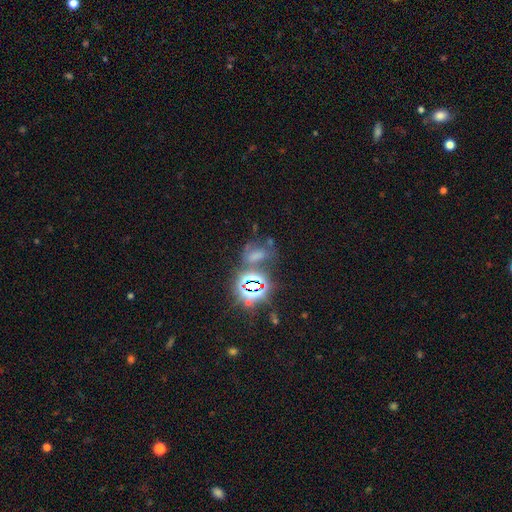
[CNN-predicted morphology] smooth-or-featured: star or artifact: 49% | smooth: 35% | featured or disk: 16%